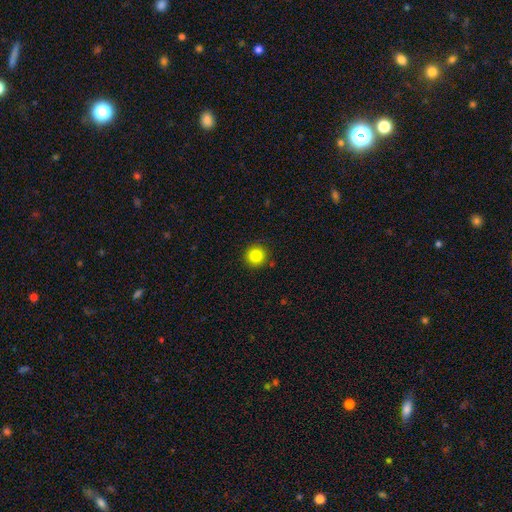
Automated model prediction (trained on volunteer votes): smooth-or-featured: smooth: 85% | star or artifact: 10% | featured or disk: 5%
  how-rounded: round: 94% | in between: 5% | cigar-shaped: 1%
  merging: none: 90% | minor disturbance: 7% | major disturbance: 2% | merger: 2%